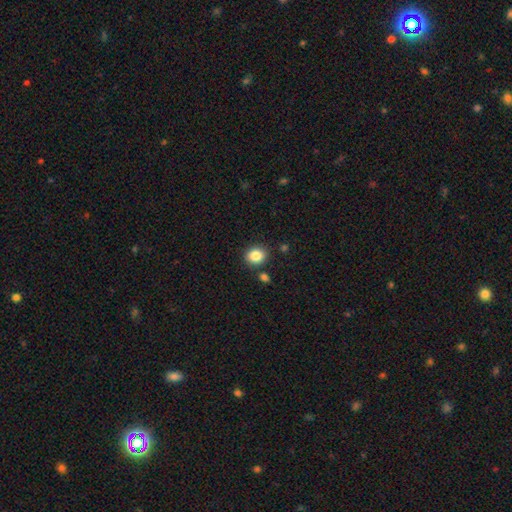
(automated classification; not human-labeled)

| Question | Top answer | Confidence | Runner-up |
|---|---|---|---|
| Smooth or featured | smooth | 85% | star or artifact (10%) |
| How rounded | round | 65% | in between (34%) |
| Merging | none | 83% | minor disturbance (9%) |